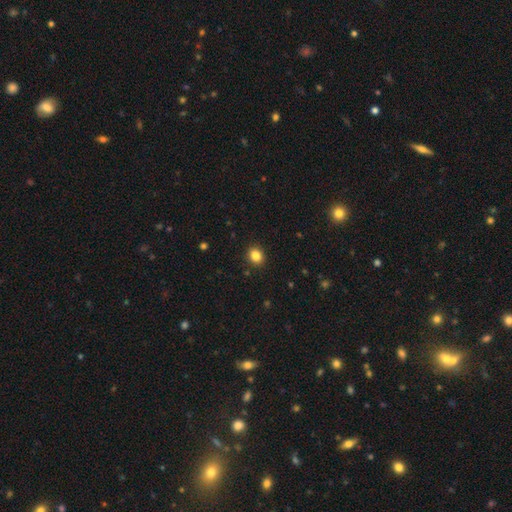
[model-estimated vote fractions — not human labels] Smooth or featured? Predicted: smooth (p=0.85). How rounded? Predicted: round (p=0.64). Merging? Predicted: none (p=0.91).